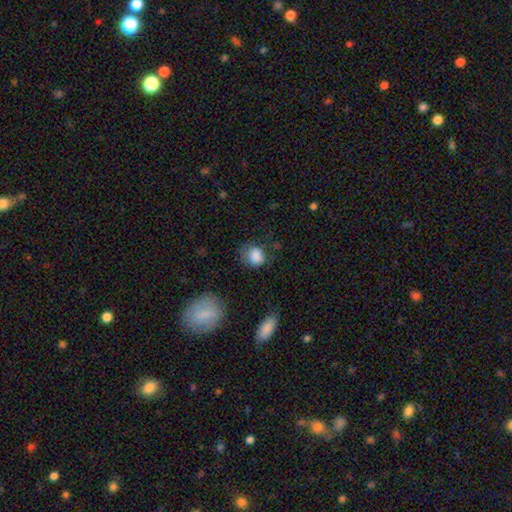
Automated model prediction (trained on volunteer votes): A smooth galaxy with no disk features (85%) that is round (57%). Merging: none (53%).